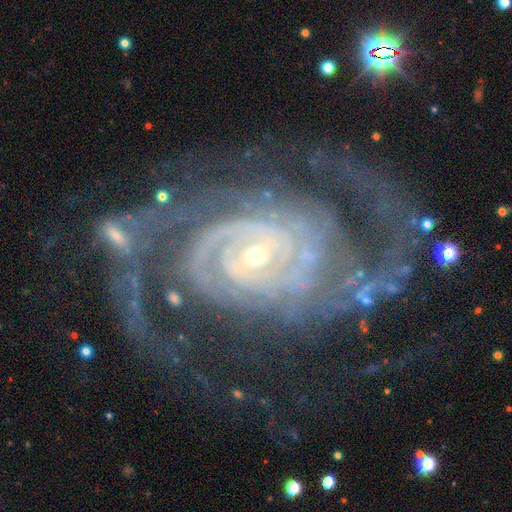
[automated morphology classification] Smooth or featured: featured or disk — 91% (star or artifact — 5%)
Edge-on disk: no — 97% (yes — 3%)
Bar: no — 63% (weak — 25%)
Spiral arms: yes — 97% (no — 3%)
Spiral winding: tight — 63% (medium — 29%)
Spiral arm count: 2 — 44% (can't tell — 20%)
Bulge size: small — 77% (moderate — 19%)
Merging: none — 51% (major disturbance — 26%)